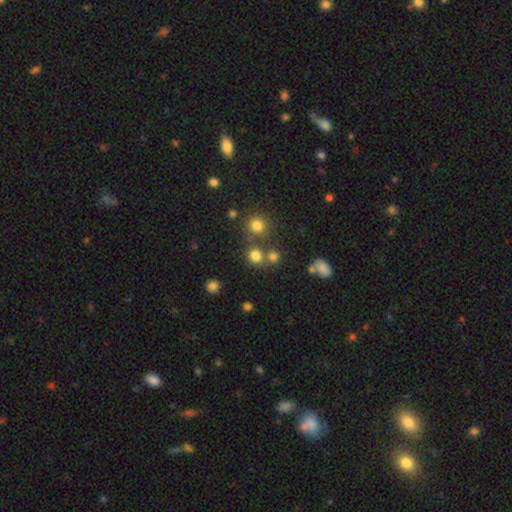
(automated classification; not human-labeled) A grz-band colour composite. It shows a smooth galaxy with no disk features (77%) that is round (88%). Merging: none (67%).